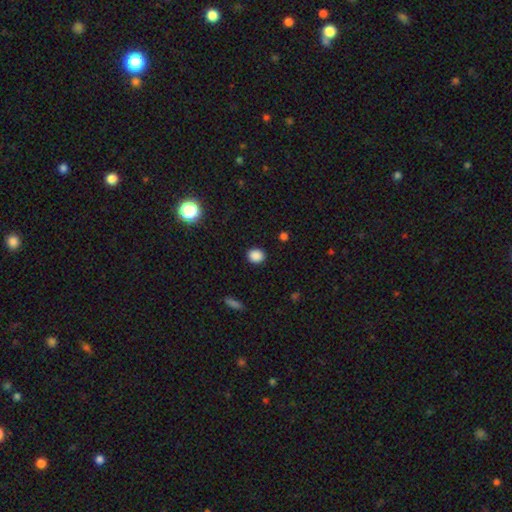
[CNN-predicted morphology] The model was most divided on "how rounded": round: 75%, in between: 24%, cigar-shaped: 1%. More confident: merging — none (90%); smooth or featured — smooth (87%).